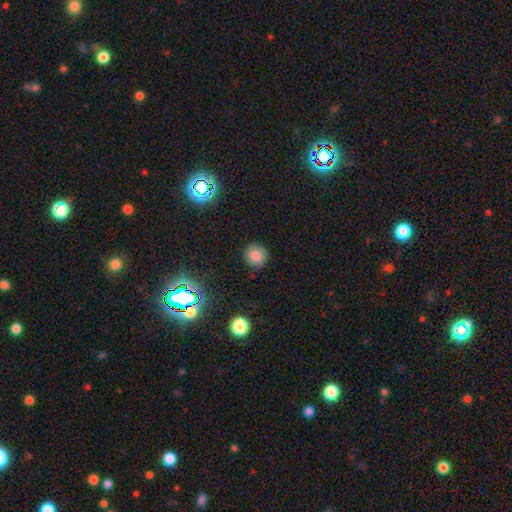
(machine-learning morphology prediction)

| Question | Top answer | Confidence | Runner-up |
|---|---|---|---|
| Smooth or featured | smooth | 83% | star or artifact (12%) |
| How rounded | round | 92% | in between (7%) |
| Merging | none | 88% | minor disturbance (8%) |